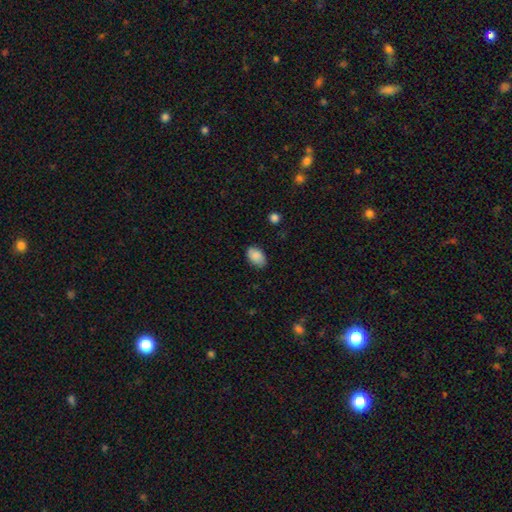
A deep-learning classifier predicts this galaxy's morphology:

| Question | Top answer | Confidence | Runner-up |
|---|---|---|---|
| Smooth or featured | smooth | 86% | star or artifact (7%) |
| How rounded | in between | 88% | round (11%) |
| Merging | none | 82% | minor disturbance (14%) |